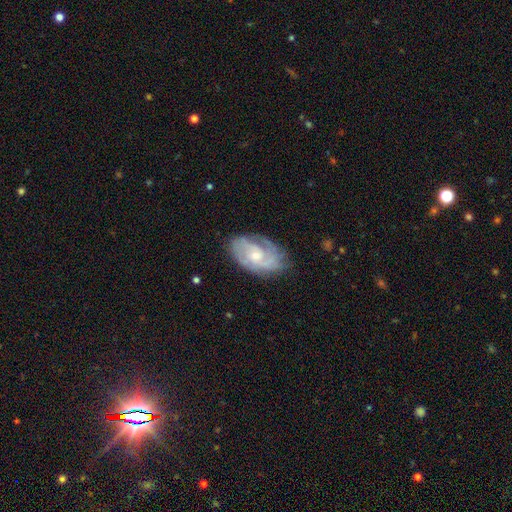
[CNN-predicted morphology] This appears to be a featured or disk galaxy (77%) with no bar (71%), 2 (35%, tied with can't tell) tight (55%) spiral arms (90%) and a small central bulge (55%). Merging: none (69%).